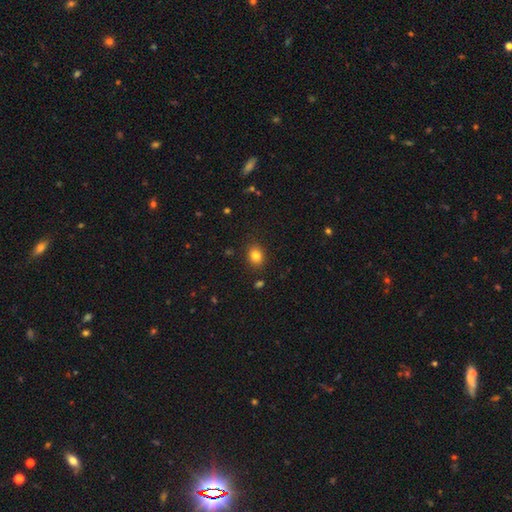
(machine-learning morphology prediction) smooth-or-featured: smooth: 82% | star or artifact: 12% | featured or disk: 7%
  how-rounded: round: 50% | in between: 49% | cigar-shaped: 1%
  merging: none: 87% | minor disturbance: 9% | major disturbance: 3% | merger: 2%